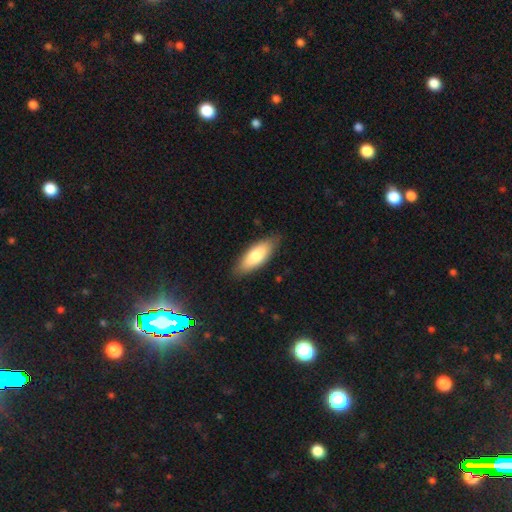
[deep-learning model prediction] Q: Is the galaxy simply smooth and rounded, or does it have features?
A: smooth — 76%.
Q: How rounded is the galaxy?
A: in between — 72%.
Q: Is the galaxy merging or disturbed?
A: none — 84%.